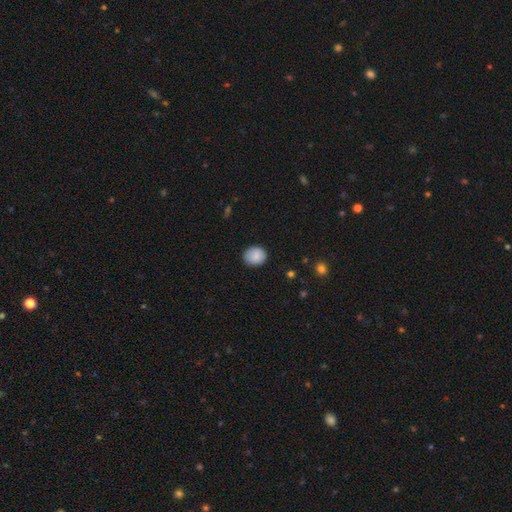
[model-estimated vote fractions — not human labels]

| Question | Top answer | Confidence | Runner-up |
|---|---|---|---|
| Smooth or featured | smooth | 87% | star or artifact (8%) |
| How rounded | round | 71% | in between (29%) |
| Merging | none | 86% | minor disturbance (11%) |